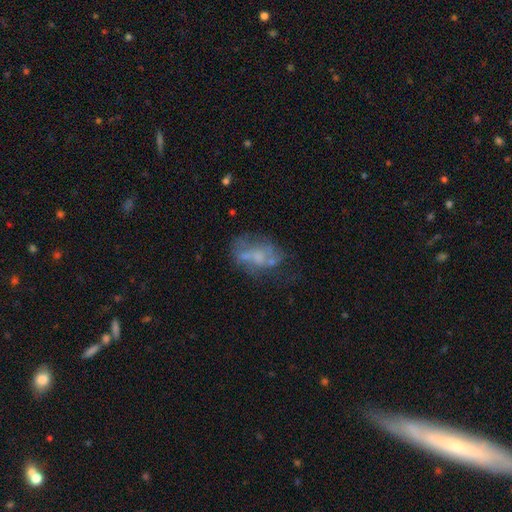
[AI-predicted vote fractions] featured or disk 55%, smooth 33%, star or artifact 12%. Down the decision tree: edge-on disk — no (97%); bar — no (80%); spiral arms — no (74%); bulge size — none (46%); merging — none (40%).